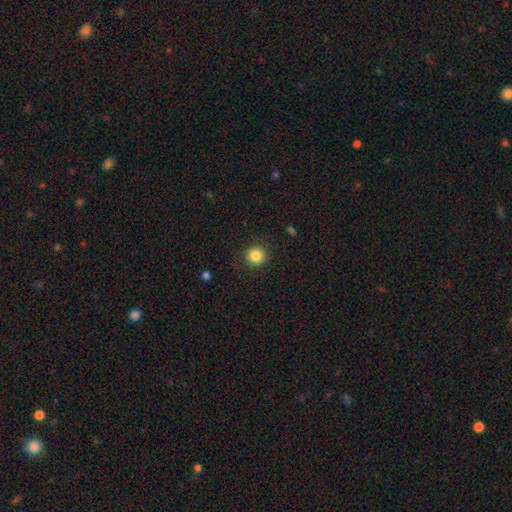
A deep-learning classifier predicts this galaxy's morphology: Overall: smooth (85%). How rounded: round (94%). Merging: none (90%).